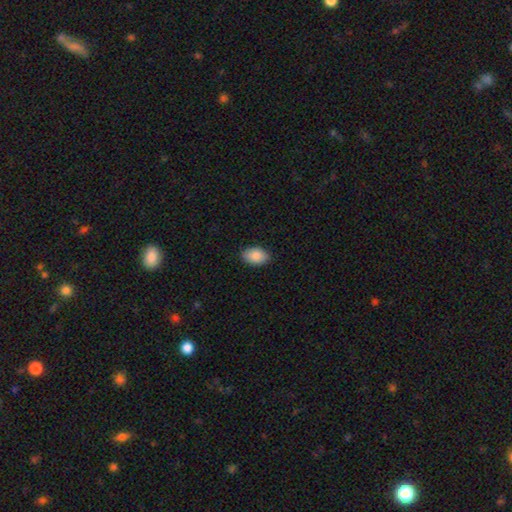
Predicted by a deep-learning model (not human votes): Q: Smooth or featured?
A: smooth (88%); runner-up: star or artifact (7%)
Q: How rounded?
A: in between (88%); runner-up: round (11%)
Q: Merging?
A: none (87%); runner-up: minor disturbance (10%)